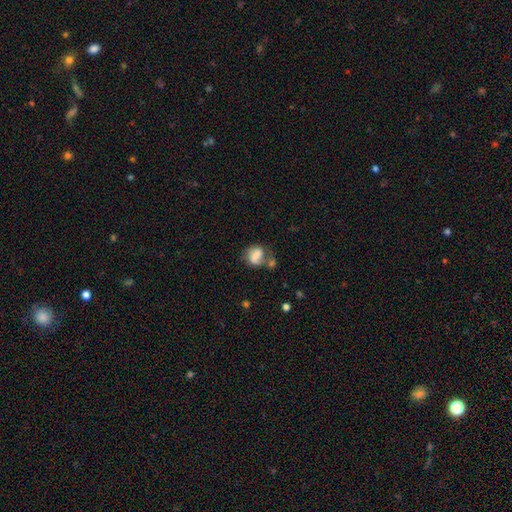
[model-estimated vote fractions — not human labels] smooth 65%, featured or disk 25%, star or artifact 10%. Down the decision tree: how rounded — in between (54%); merging — none (38%).